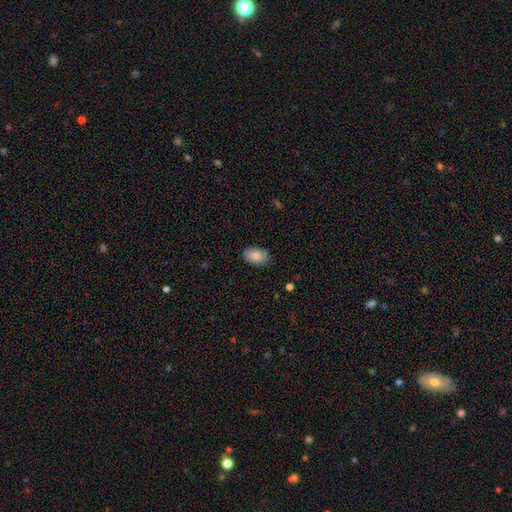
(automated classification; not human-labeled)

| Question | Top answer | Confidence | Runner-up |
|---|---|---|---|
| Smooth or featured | smooth | 85% | featured or disk (9%) |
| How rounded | in between | 90% | round (9%) |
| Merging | none | 87% | minor disturbance (10%) |